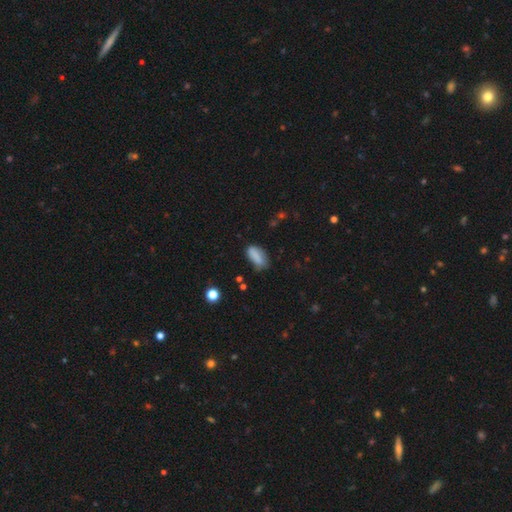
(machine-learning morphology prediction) smooth 84%, star or artifact 9%, featured or disk 7%. Down the decision tree: how rounded — in between (88%); merging — none (60%).